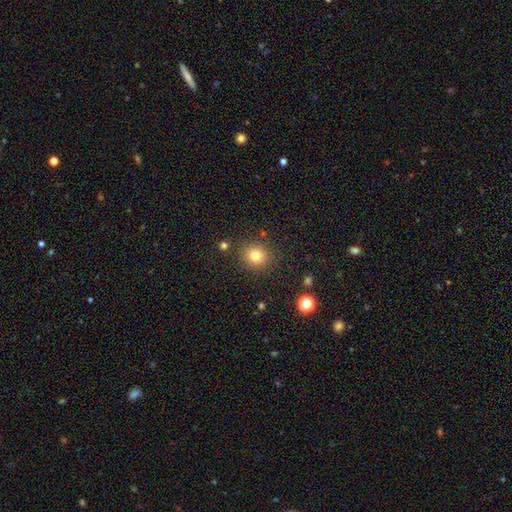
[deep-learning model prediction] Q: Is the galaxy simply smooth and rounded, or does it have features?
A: smooth — 80%.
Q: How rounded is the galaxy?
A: round — 83%.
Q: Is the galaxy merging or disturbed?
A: none — 87%.